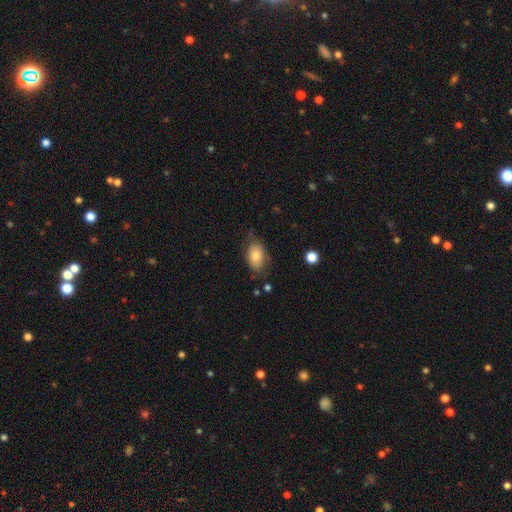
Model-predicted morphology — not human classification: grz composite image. It shows a smooth galaxy with no disk features (80%) that is in between round and cigar-shaped (86%). Merging: none (68%).